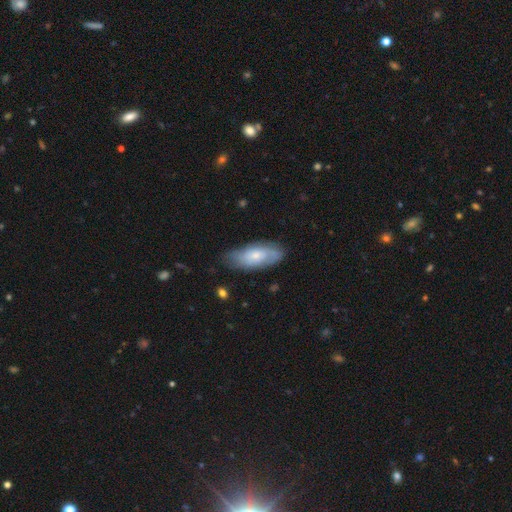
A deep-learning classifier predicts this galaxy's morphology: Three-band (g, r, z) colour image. It shows a smooth galaxy with no disk features (51%) that is in between round and cigar-shaped (81%). Merging: none (71%).